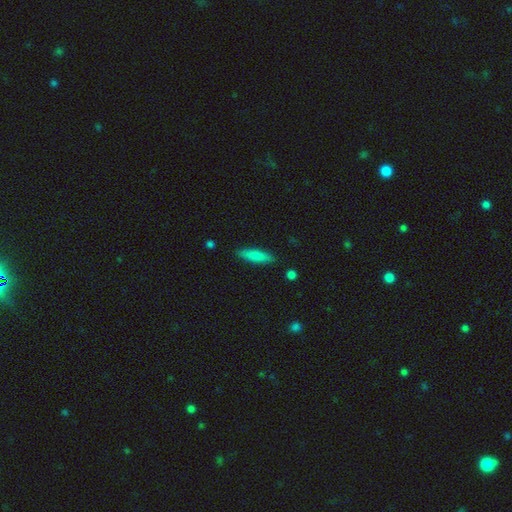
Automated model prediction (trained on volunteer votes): Smooth or featured?
  - smooth: 80% *
  - featured or disk: 13%
  - star or artifact: 6%
How rounded?
  - cigar-shaped: 68% *
  - in between: 30%
  - round: 2%
Merging?
  - none: 87% *
  - minor disturbance: 9%
  - major disturbance: 2%
  - merger: 1%